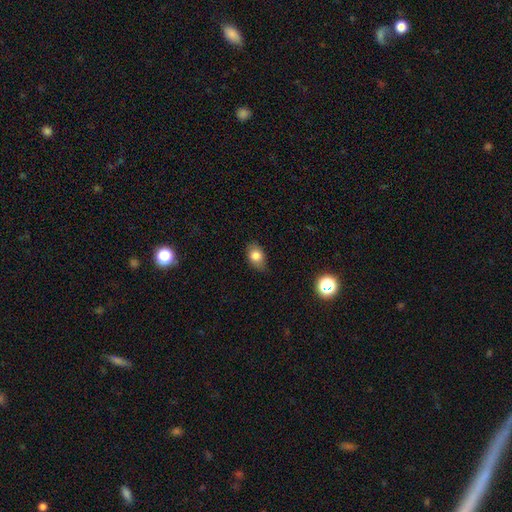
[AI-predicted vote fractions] smooth_or_featured: smooth (p=0.79) [alt: featured or disk p=0.11]
how_rounded: in between (p=0.80) [alt: round p=0.18]
merging: none (p=0.78) [alt: minor disturbance p=0.18]